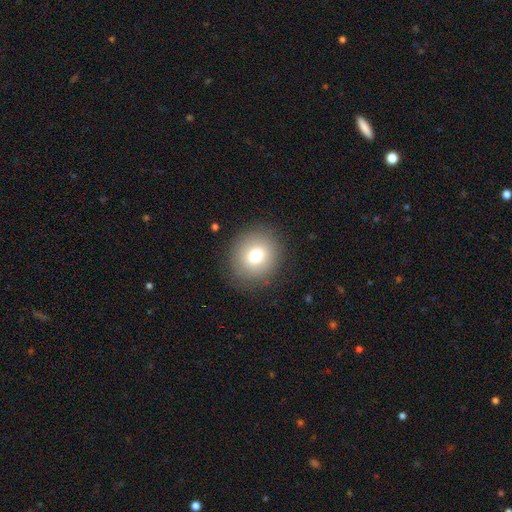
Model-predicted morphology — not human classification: type=smooth (75%); roundness=round (89%); merging=none (87%).